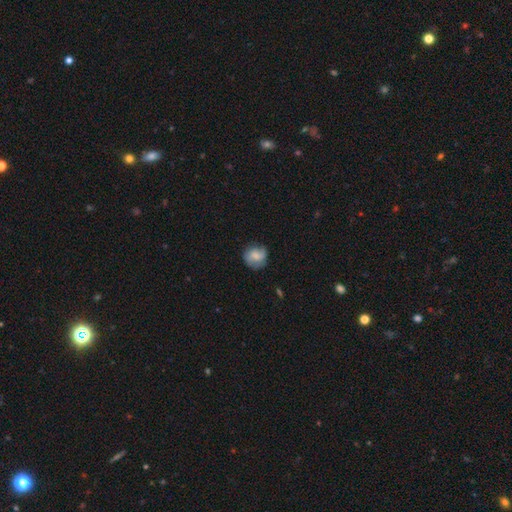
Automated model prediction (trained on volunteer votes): smooth_or_featured: smooth (p=0.62) [alt: featured or disk p=0.30]
how_rounded: round (p=0.80) [alt: in between p=0.19]
merging: none (p=0.65) [alt: minor disturbance p=0.24]